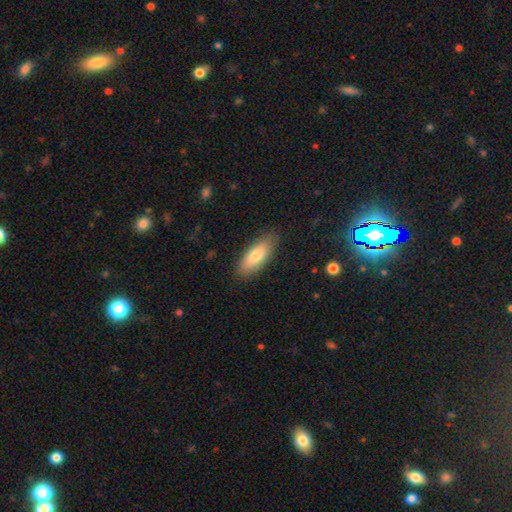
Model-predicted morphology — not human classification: This is likely a smooth galaxy (79%). How rounded: likely in between (74%). Merging: clearly none (86%).